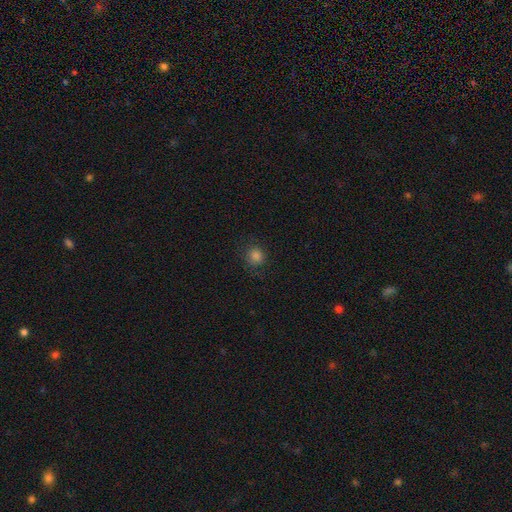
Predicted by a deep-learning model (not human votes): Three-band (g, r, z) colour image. It shows a smooth galaxy with no disk features (83%) that is round (90%). Merging: none (84%).